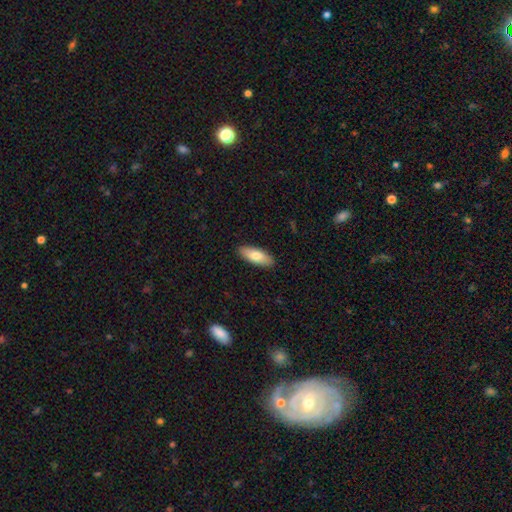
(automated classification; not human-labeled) smooth 75%, featured or disk 19%, star or artifact 6%. Down the decision tree: how rounded — in between (75%); merging — none (90%).